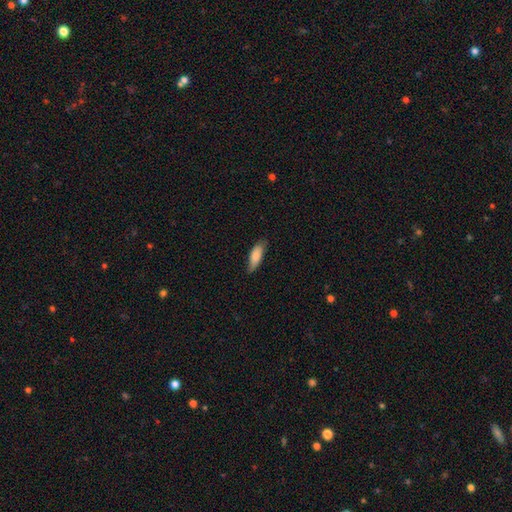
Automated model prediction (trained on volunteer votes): This is clearly a smooth galaxy (81%). How rounded: possibly in between (59%). Merging: likely none (74%).